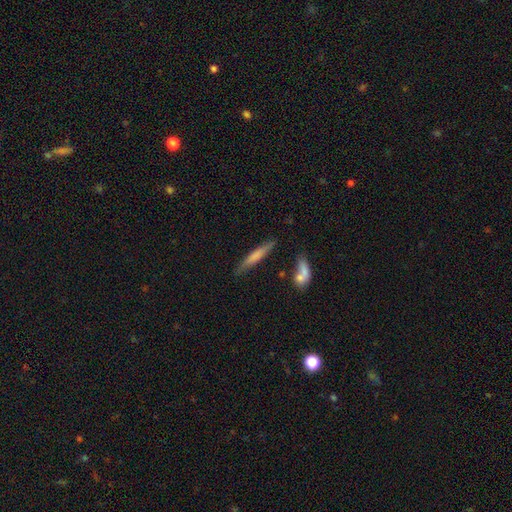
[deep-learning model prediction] A smooth galaxy with no disk features (64%) that is cigar-shaped (91%). Merging: none (76%).